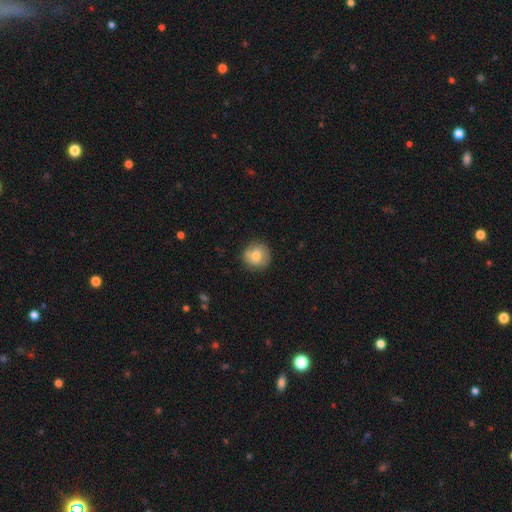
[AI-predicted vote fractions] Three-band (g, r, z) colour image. It shows a smooth galaxy with no disk features (75%) that is round (90%). Merging: none (82%).